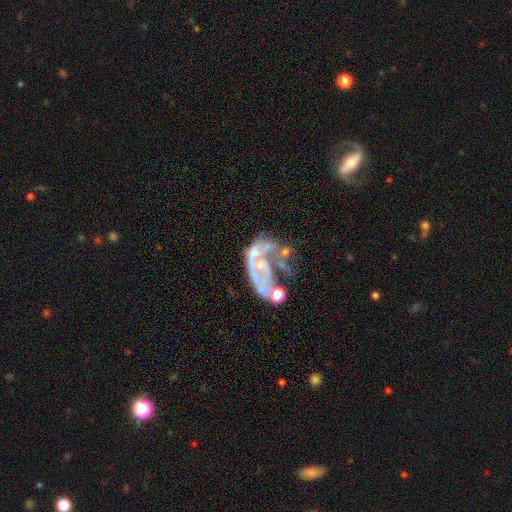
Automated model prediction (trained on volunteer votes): A featured or disk galaxy (71%) with no bar (85%), no spiral arms (69%) and no central bulge (65%). Merging: major disturbance (41%).